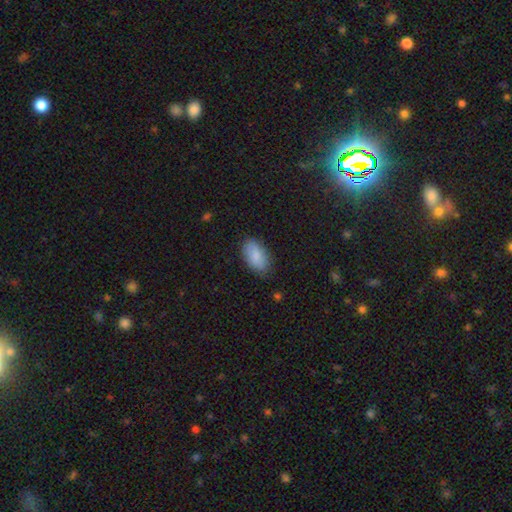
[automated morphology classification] This is clearly a smooth galaxy (85%). How rounded: clearly in between (94%). Merging: clearly none (81%).